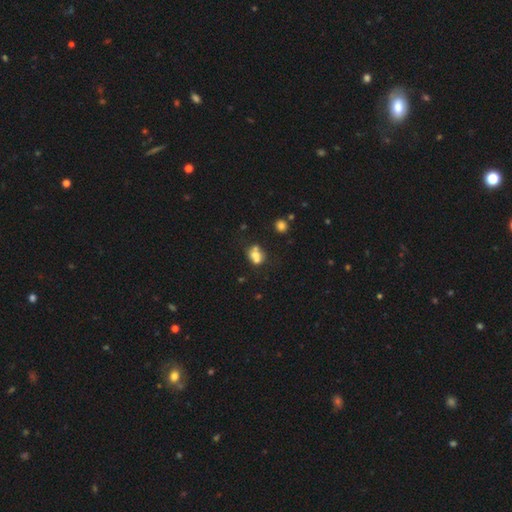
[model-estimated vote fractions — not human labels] A smooth galaxy with no disk features (65%) that is round (54%).

Vote fractions:
- Smooth or featured? smooth: 65% / featured or disk: 21% / star or artifact: 14%
- How rounded? round: 54% / in between: 44% / cigar-shaped: 1%
- Merging? merger: 50% / none: 32% / minor disturbance: 12% / major disturbance: 6%